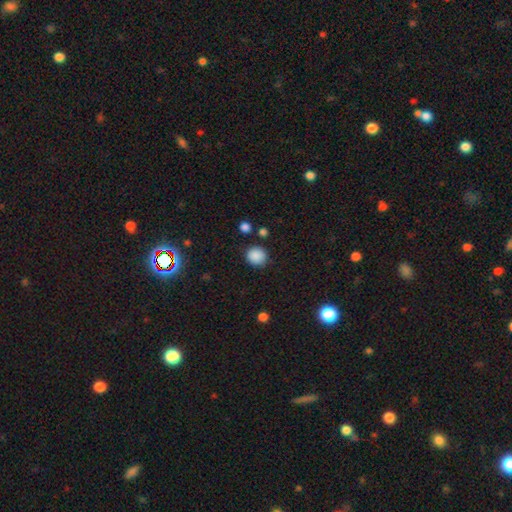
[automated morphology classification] Overall: smooth (87%). How rounded: round (86%). Merging: none (85%).